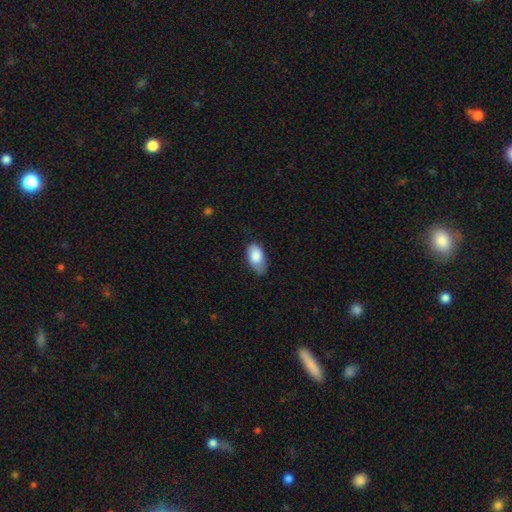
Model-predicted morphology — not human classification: Smooth or featured?
  - smooth: 85% *
  - featured or disk: 9%
  - star or artifact: 7%
How rounded?
  - in between: 93% *
  - round: 4%
  - cigar-shaped: 3%
Merging?
  - none: 53% *
  - minor disturbance: 37%
  - major disturbance: 8%
  - merger: 2%